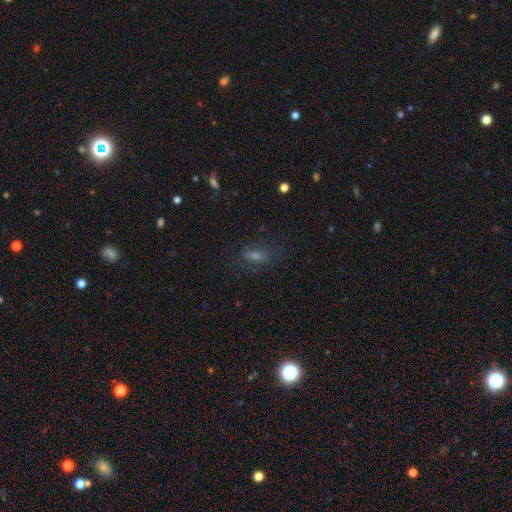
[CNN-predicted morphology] type=smooth (47%); merging=none (71%).